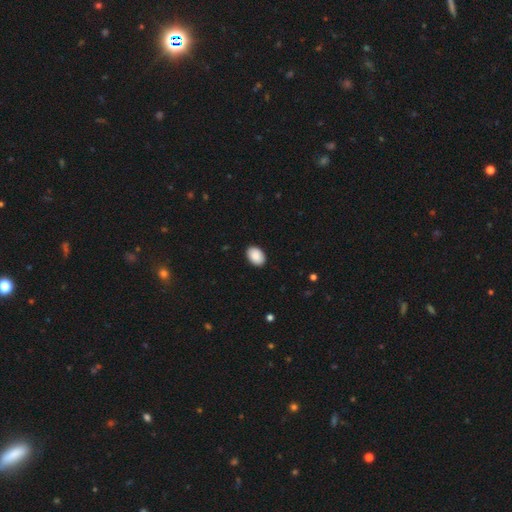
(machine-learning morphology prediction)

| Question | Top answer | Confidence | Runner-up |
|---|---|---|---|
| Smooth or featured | smooth | 91% | star or artifact (6%) |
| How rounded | in between | 86% | round (13%) |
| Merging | none | 91% | minor disturbance (7%) |